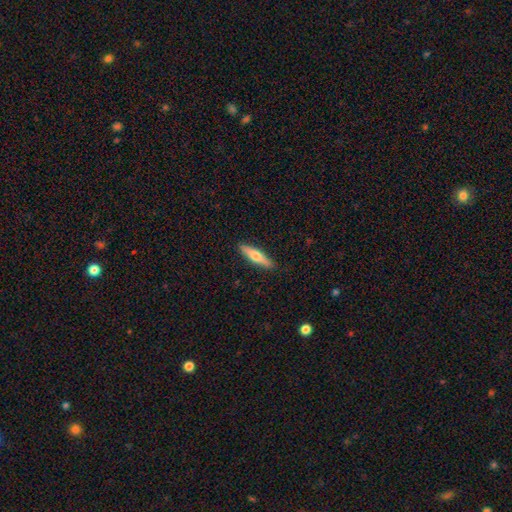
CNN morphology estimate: This is possibly a smooth galaxy (56%). How rounded: likely cigar-shaped (74%). Merging: clearly none (90%).